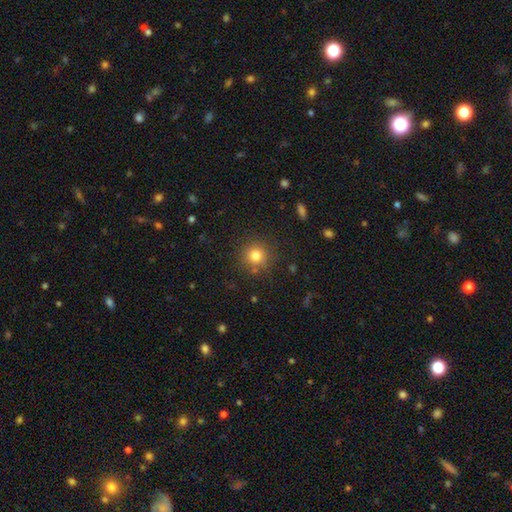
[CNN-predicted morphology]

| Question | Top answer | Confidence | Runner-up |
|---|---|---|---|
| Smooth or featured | smooth | 80% | star or artifact (13%) |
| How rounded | round | 93% | in between (7%) |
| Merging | none | 85% | minor disturbance (9%) |